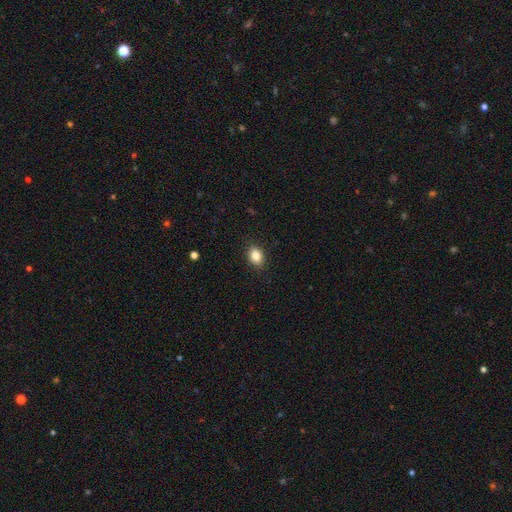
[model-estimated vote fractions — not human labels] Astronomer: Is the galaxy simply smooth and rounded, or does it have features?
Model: smooth — 85%.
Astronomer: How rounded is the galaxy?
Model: in between — 74%.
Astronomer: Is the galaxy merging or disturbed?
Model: none — 88%.